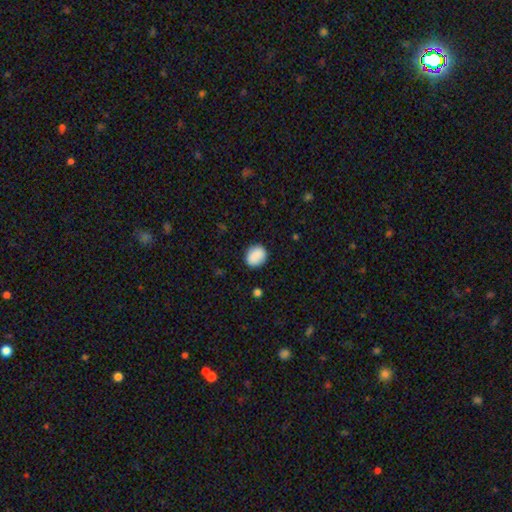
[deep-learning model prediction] The model was most divided on "how rounded": round: 62%, in between: 37%, cigar-shaped: 1%. More confident: smooth or featured — smooth (88%); merging — none (85%).